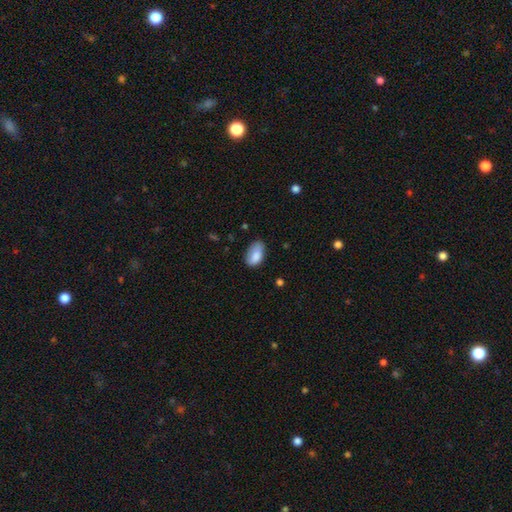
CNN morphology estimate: Smooth or featured? Predicted: smooth (p=0.84). How rounded? Predicted: in between (p=0.93). Merging? Predicted: none (p=0.63).